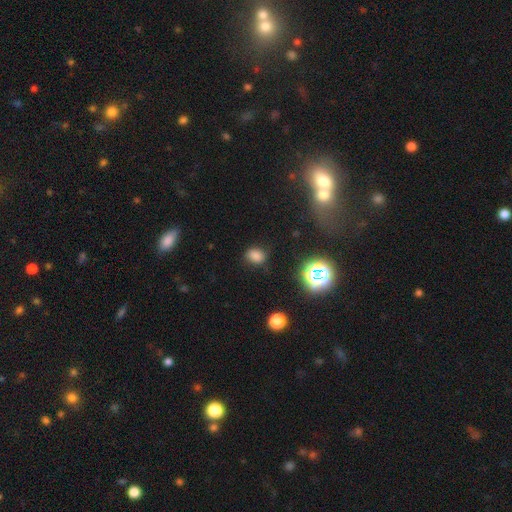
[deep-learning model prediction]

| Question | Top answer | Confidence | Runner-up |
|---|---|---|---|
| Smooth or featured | smooth | 75% | star or artifact (19%) |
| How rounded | in between | 55% | round (43%) |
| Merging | none | 77% | minor disturbance (16%) |